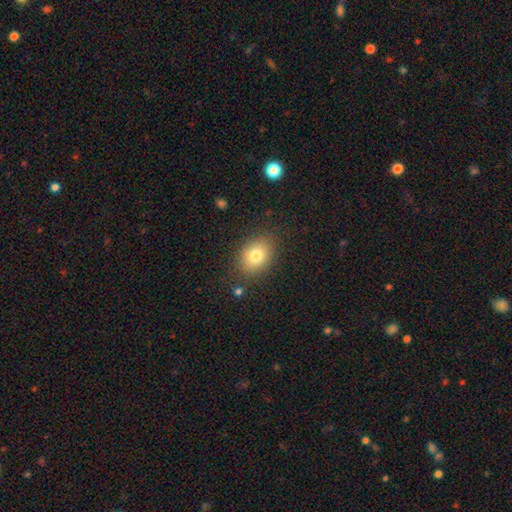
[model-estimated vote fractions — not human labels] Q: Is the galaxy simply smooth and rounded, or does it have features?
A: smooth — 79%.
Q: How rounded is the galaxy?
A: in between — 68%.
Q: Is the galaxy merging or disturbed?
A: none — 84%.